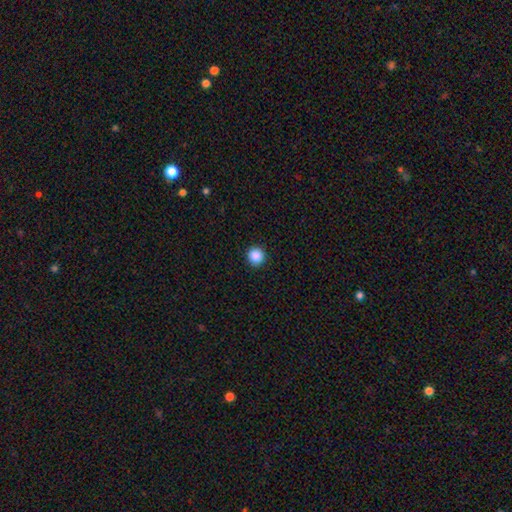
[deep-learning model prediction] Smooth or featured: smooth — 88% (star or artifact — 10%)
How rounded: round — 95% (in between — 4%)
Merging: none — 93% (minor disturbance — 5%)